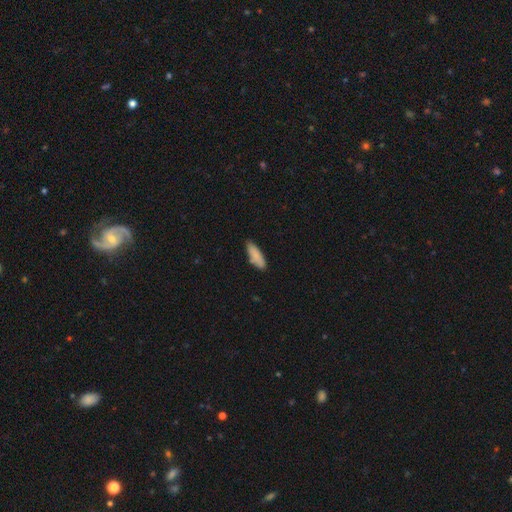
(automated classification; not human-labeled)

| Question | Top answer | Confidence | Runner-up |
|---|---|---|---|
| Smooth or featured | smooth | 86% | featured or disk (8%) |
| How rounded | in between | 56% | cigar-shaped (42%) |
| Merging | none | 80% | minor disturbance (16%) |